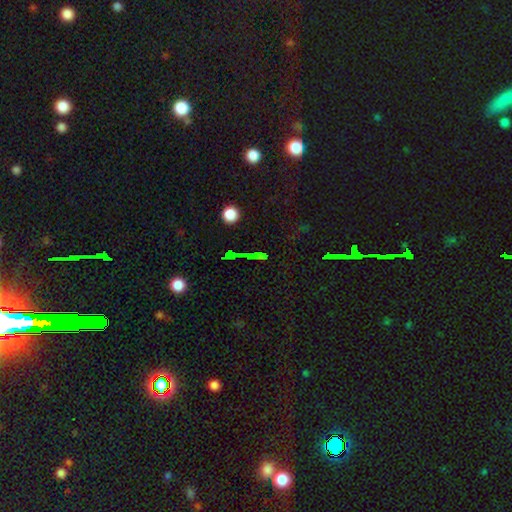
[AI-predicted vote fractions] Q: Smooth or featured?
A: star or artifact (63%); runner-up: smooth (23%)